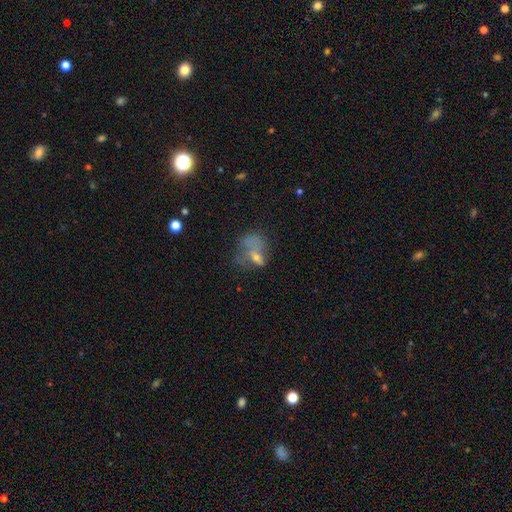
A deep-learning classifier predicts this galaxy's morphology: smooth-or-featured: smooth: 43% | featured or disk: 35% | star or artifact: 22%
  merging: major disturbance: 32% | none: 30% | merger: 20% | minor disturbance: 18%